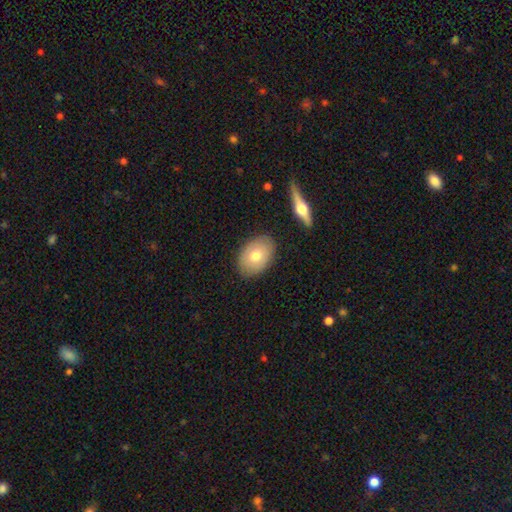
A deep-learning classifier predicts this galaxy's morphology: Smooth or featured?
  - smooth: 71% *
  - featured or disk: 22%
  - star or artifact: 7%
How rounded?
  - in between: 85% *
  - round: 14%
  - cigar-shaped: 1%
Merging?
  - none: 85% *
  - minor disturbance: 10%
  - major disturbance: 2%
  - merger: 2%